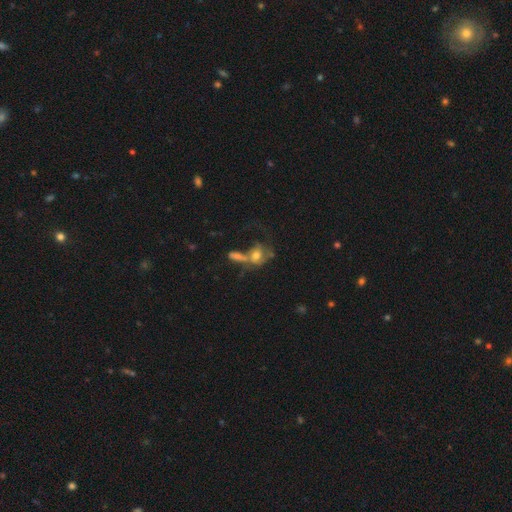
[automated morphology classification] Smooth or featured: featured or disk — 40% (smooth — 37%)
Merging: merger — 51% (none — 24%)